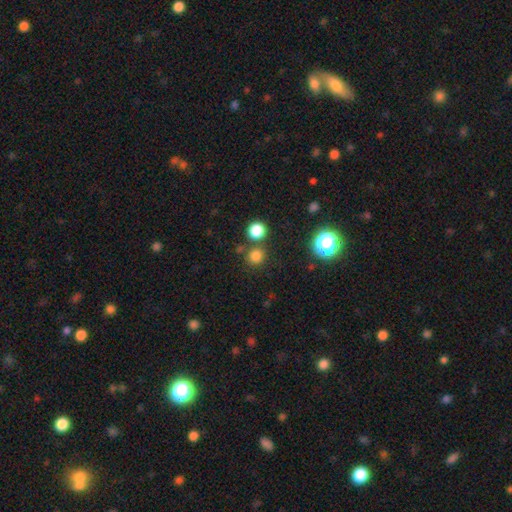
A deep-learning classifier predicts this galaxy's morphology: Smooth or featured?
  - smooth: 77% *
  - star or artifact: 18%
  - featured or disk: 5%
How rounded?
  - round: 91% *
  - in between: 8%
  - cigar-shaped: 1%
Merging?
  - none: 76% *
  - merger: 14%
  - minor disturbance: 7%
  - major disturbance: 3%